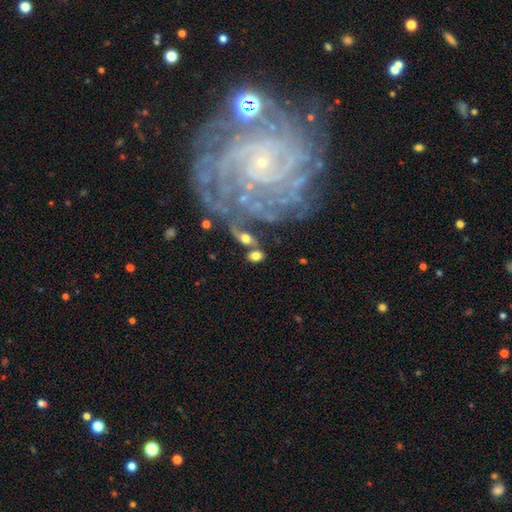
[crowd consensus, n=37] This appears to be a smooth galaxy with no disk features (78%) that is in between round and cigar-shaped (76%). Merging: none (39%).